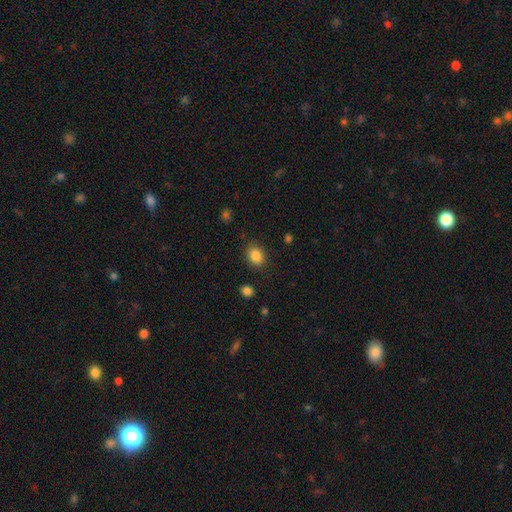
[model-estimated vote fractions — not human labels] A smooth galaxy with no disk features (86%) that is in between round and cigar-shaped (60%). Merging: none (84%).